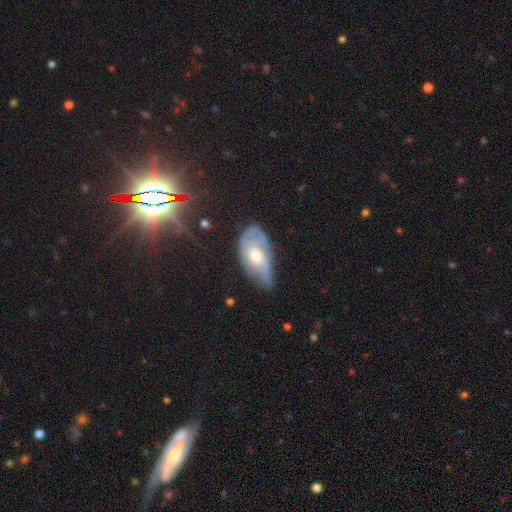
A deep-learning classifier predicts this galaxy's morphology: Q: Smooth or featured?
A: featured or disk (64%); runner-up: smooth (27%)
Q: Edge-on disk?
A: no (91%); runner-up: yes (9%)
Q: Bar?
A: no (71%); runner-up: weak (25%)
Q: Spiral arms?
A: yes (75%); runner-up: no (25%)
Q: Bulge size?
A: moderate (69%); runner-up: small (19%)
Q: Merging?
A: none (44%); runner-up: minor disturbance (38%)